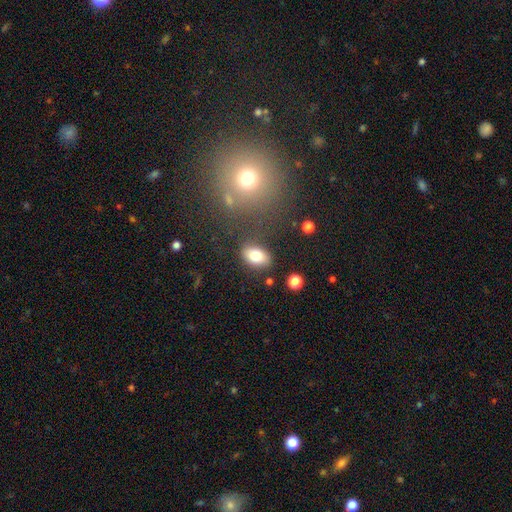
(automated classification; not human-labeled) Morphology: type=smooth (81%); roundness=in between (89%); merging=none (81%).